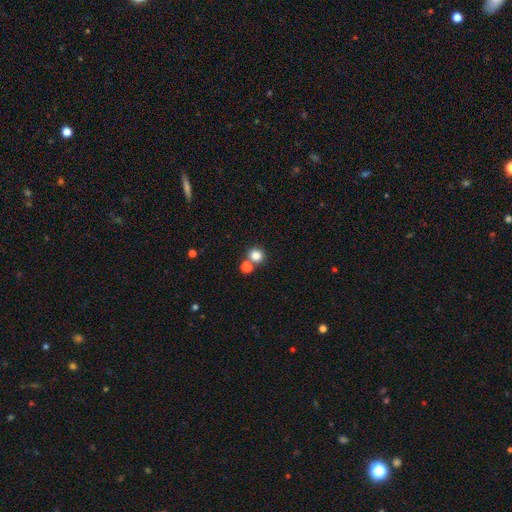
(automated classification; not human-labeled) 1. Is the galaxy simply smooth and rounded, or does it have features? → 81% smooth, 13% star or artifact, 6% featured or disk.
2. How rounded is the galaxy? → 88% round, 11% in between, 1% cigar-shaped.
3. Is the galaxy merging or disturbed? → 66% none, 24% merger, 7% minor disturbance, 3% major disturbance.